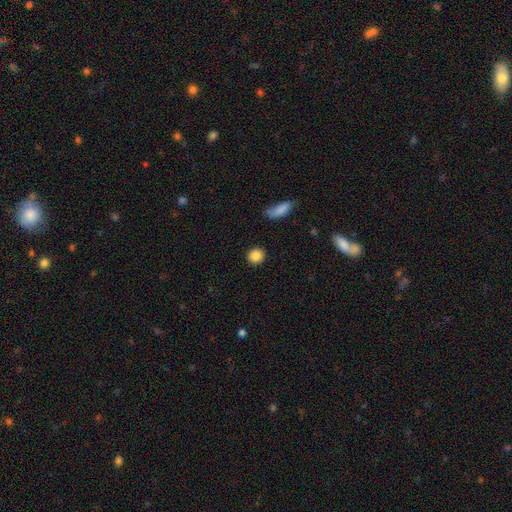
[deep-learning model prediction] A smooth galaxy with no disk features (86%) that is round (87%).

Vote fractions:
- Smooth or featured? smooth: 86% / star or artifact: 9% / featured or disk: 5%
- How rounded? round: 87% / in between: 12% / cigar-shaped: 1%
- Merging? none: 91% / minor disturbance: 6% / major disturbance: 2% / merger: 2%